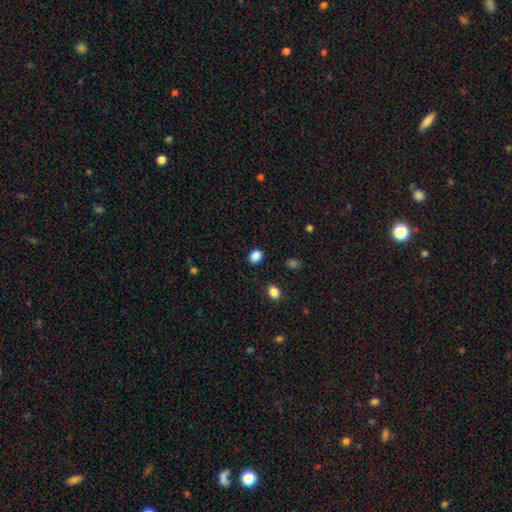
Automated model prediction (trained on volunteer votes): smooth-or-featured: smooth: 86% | star or artifact: 11% | featured or disk: 3%
  how-rounded: round: 57% | in between: 43% | cigar-shaped: 1%
  merging: none: 88% | minor disturbance: 8% | major disturbance: 3% | merger: 2%